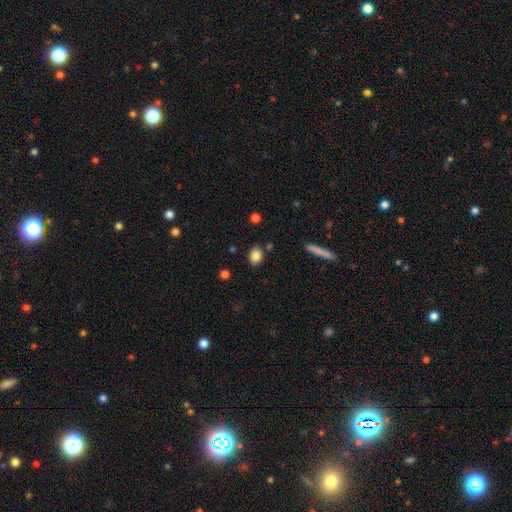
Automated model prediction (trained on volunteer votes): Morphology: type=smooth (85%); roundness=in between (66%); merging=none (84%).